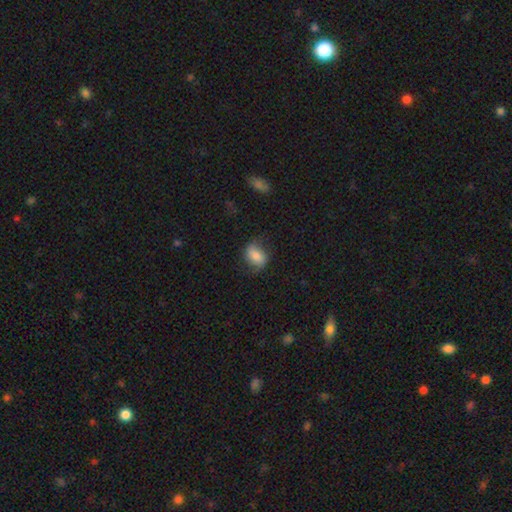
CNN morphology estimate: The model was most divided on "smooth or featured": smooth: 64%, featured or disk: 27%, star or artifact: 9%. More confident: how rounded — in between (75%); merging — none (64%).